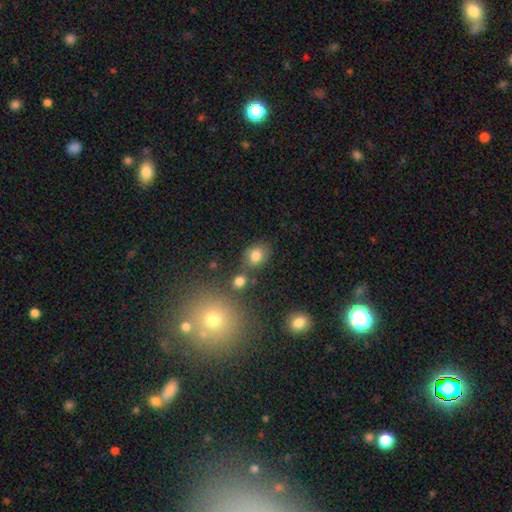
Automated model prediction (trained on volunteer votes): The model was most divided on "how rounded": round: 51%, in between: 47%, cigar-shaped: 1%. More confident: smooth or featured — smooth (80%); merging — none (66%).